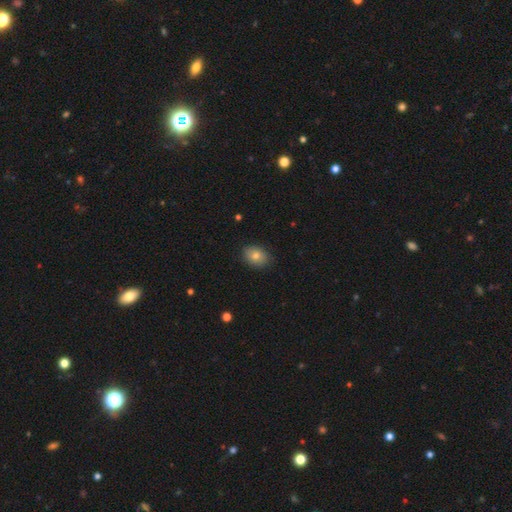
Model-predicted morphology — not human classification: Overall: smooth (79%). How rounded: in between (69%; round 30%). Merging: none (85%).